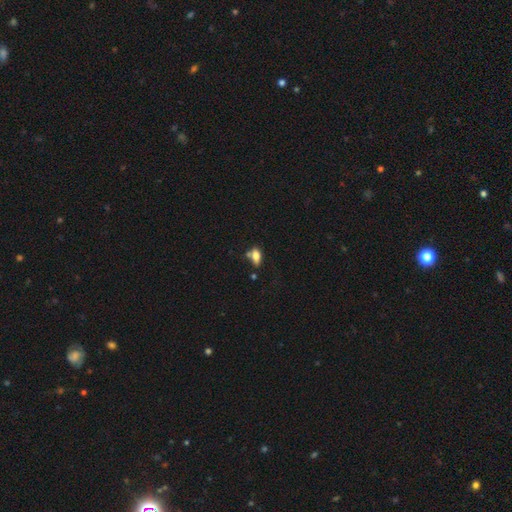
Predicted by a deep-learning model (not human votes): Overall: smooth (74%). How rounded: in between (85%). Merging: none (51%; minor disturbance 21%).